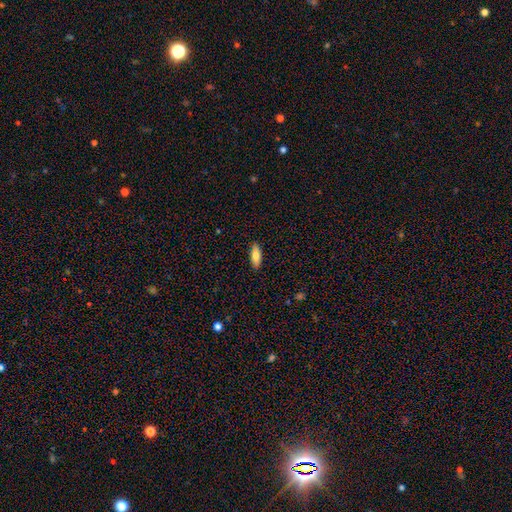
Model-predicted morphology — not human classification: This is clearly a smooth galaxy (80%). How rounded: possibly in between (56%). Merging: clearly none (90%).